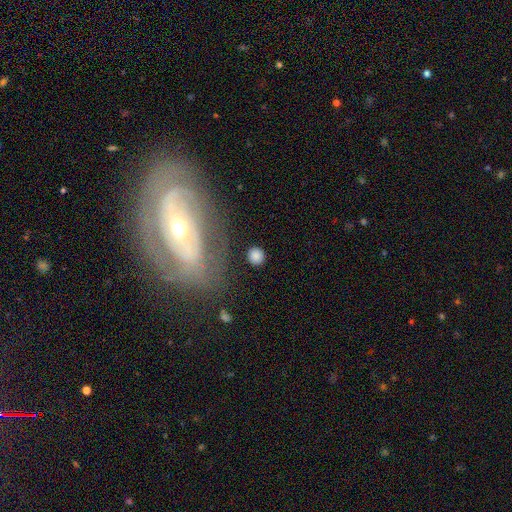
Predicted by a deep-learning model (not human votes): smooth-or-featured: smooth: 82% | star or artifact: 10% | featured or disk: 7%
  how-rounded: round: 91% | in between: 8% | cigar-shaped: 1%
  merging: none: 88% | minor disturbance: 6% | major disturbance: 3% | merger: 2%